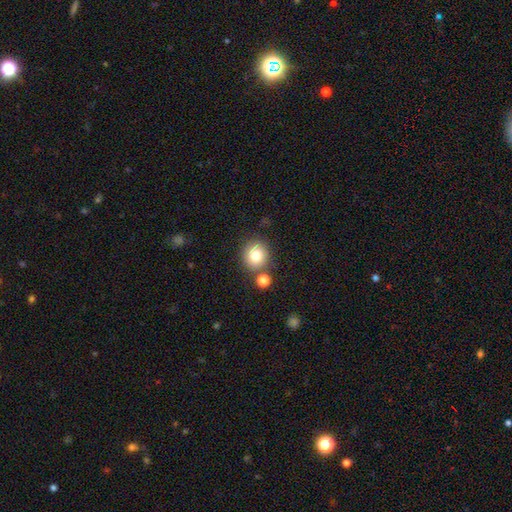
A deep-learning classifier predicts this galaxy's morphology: Smooth or featured?
  - smooth: 79% *
  - star or artifact: 11%
  - featured or disk: 10%
How rounded?
  - round: 88% *
  - in between: 11%
  - cigar-shaped: 1%
Merging?
  - none: 76% *
  - merger: 11%
  - minor disturbance: 9%
  - major disturbance: 3%